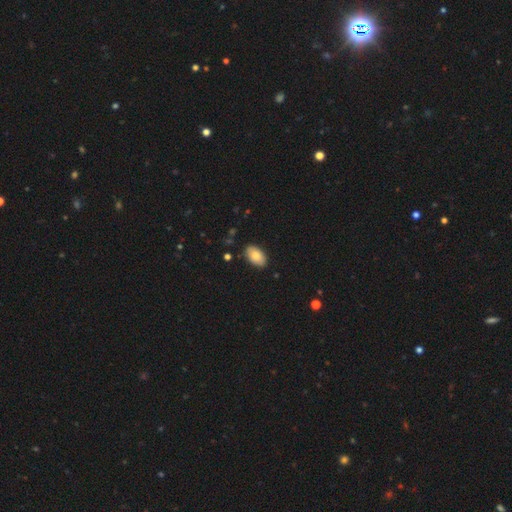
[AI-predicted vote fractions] Smooth or featured?
  - smooth: 83% *
  - featured or disk: 11%
  - star or artifact: 7%
How rounded?
  - in between: 93% *
  - round: 6%
  - cigar-shaped: 1%
Merging?
  - none: 86% *
  - minor disturbance: 10%
  - major disturbance: 2%
  - merger: 1%